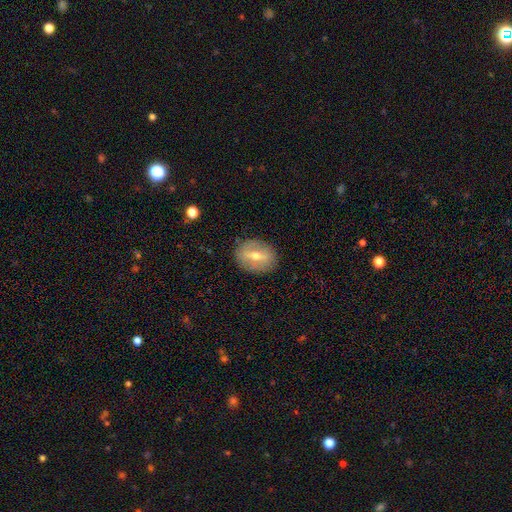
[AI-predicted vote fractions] A featured or disk galaxy (52%). Merging: none (85%).